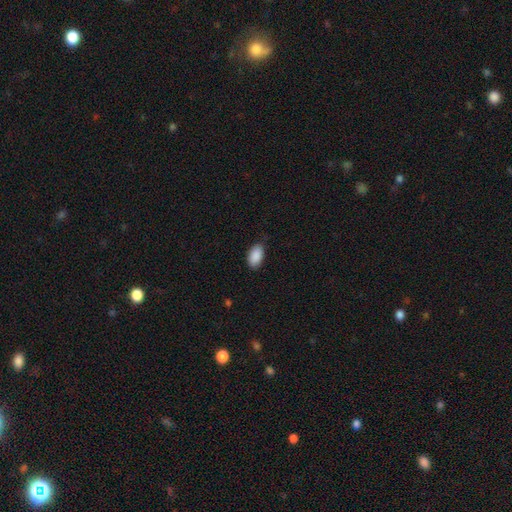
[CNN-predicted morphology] smooth-or-featured: smooth: 90% | star or artifact: 7% | featured or disk: 3%
  how-rounded: in between: 94% | round: 3% | cigar-shaped: 2%
  merging: none: 82% | minor disturbance: 14% | major disturbance: 3% | merger: 1%